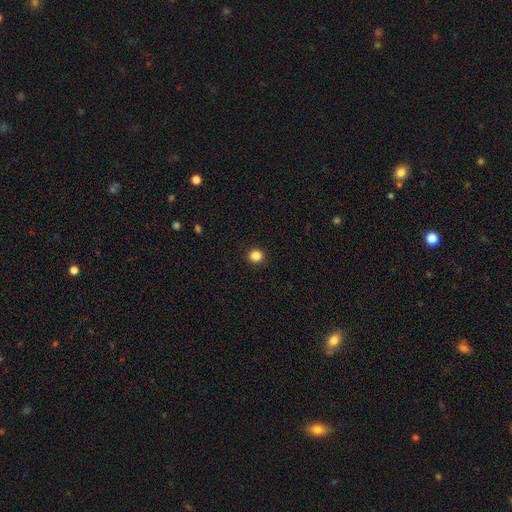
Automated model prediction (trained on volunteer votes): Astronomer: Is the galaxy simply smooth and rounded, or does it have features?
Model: smooth — 85%.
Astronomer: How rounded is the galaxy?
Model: round — 92%.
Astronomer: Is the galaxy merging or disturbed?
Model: none — 93%.